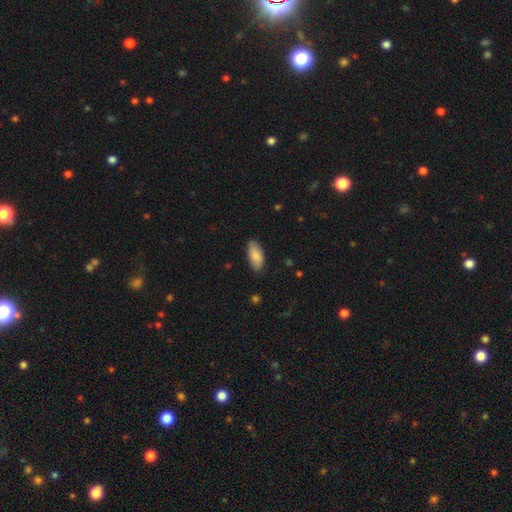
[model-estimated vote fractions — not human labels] This appears to be a smooth galaxy with no disk features (85%) that is in between round and cigar-shaped (90%). Merging: none (83%).